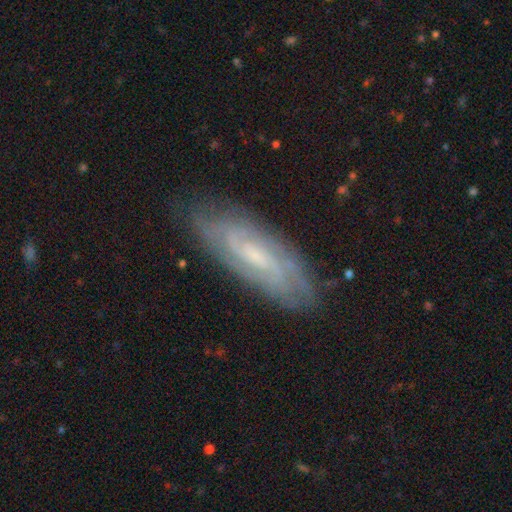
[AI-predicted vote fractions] Overall: featured or disk (74%). Edge-on disk: no (83%). Bar: weak (50%; no 36%). Spiral arms: yes (90%). Spiral arm count: can't tell (51%; 2 27%). Spiral winding: tight (59%; medium 31%). Bulge size: small (53%; moderate 32%). Merging: none (80%).